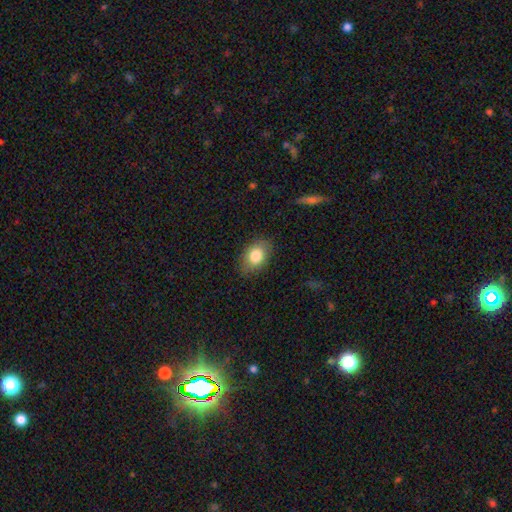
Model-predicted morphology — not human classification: Smooth or featured: smooth — 82% (featured or disk — 10%)
How rounded: in between — 81% (round — 17%)
Merging: none — 83% (minor disturbance — 13%)